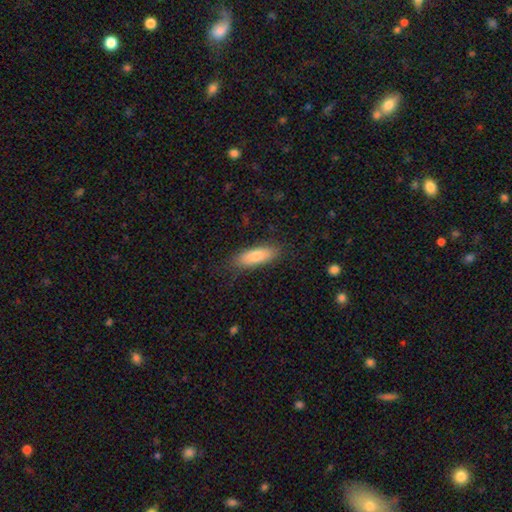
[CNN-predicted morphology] Smooth or featured? Predicted: smooth (p=0.81). How rounded? Predicted: in between (p=0.58). Merging? Predicted: none (p=0.83).